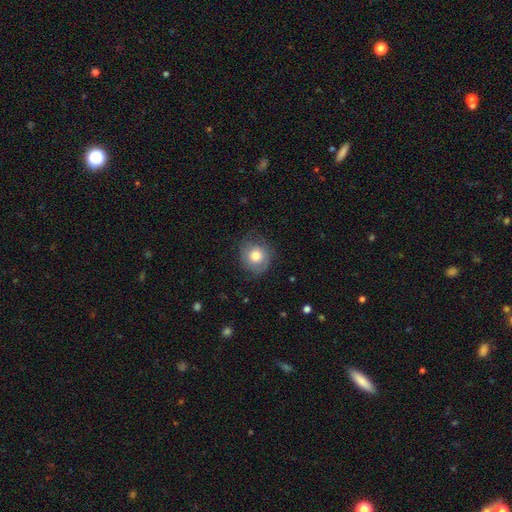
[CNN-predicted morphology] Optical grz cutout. It shows a smooth galaxy with no disk features (70%) that is round (86%). Merging: none (71%).